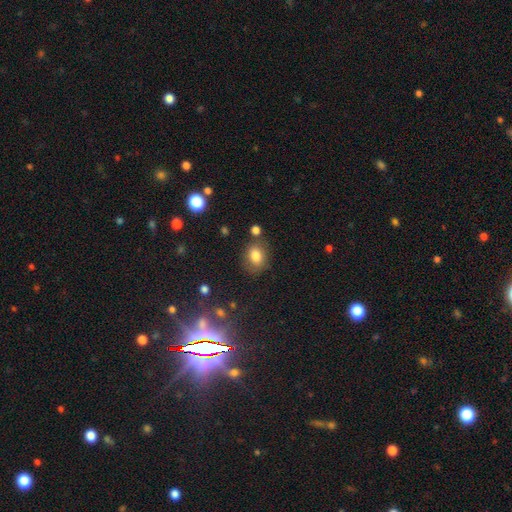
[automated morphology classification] Smooth or featured? Predicted: smooth (p=0.81). How rounded? Predicted: in between (p=0.52). Merging? Predicted: none (p=0.73).